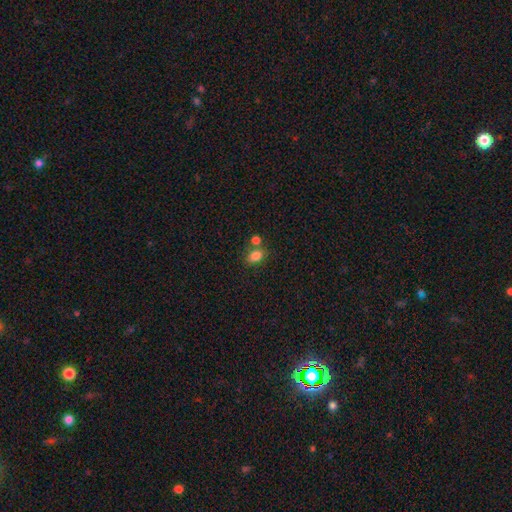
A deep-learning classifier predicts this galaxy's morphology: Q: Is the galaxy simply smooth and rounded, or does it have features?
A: smooth — 83%.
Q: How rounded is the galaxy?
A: in between — 74%.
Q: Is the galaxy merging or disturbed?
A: none — 59%.